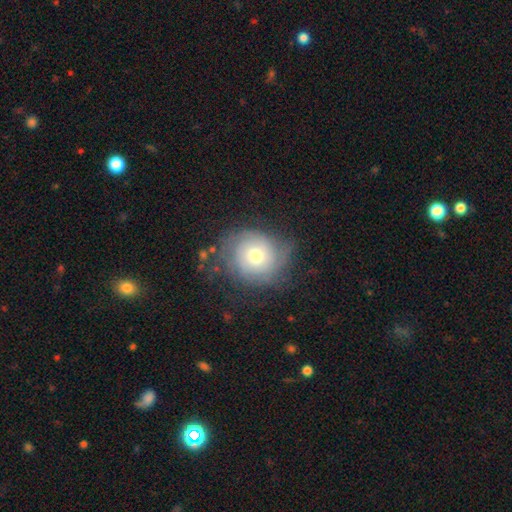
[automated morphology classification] Overall: featured or disk (50%; smooth 41%). Edge-on disk: no (97%). Merging: none (65%).